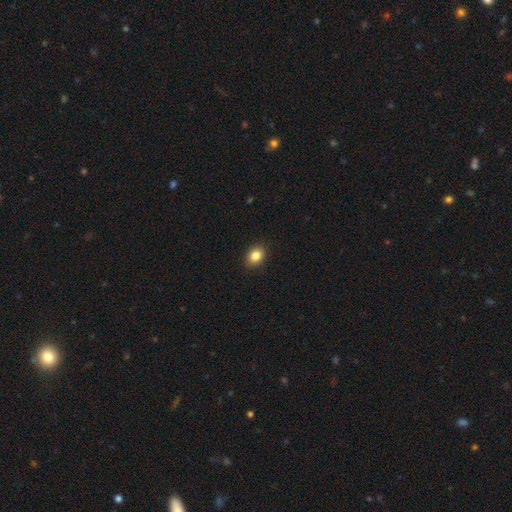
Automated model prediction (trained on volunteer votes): This appears to be a smooth galaxy with no disk features (85%) that is in between round and cigar-shaped (65%). Merging: none (89%).